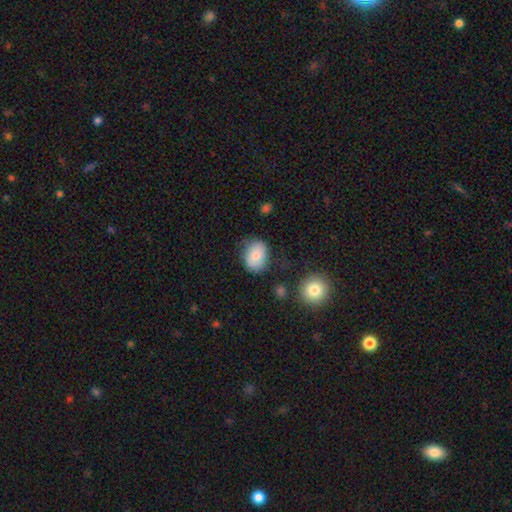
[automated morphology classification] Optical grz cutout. It shows a smooth galaxy with no disk features (82%) that is in between round and cigar-shaped (65%). Merging: none (73%).